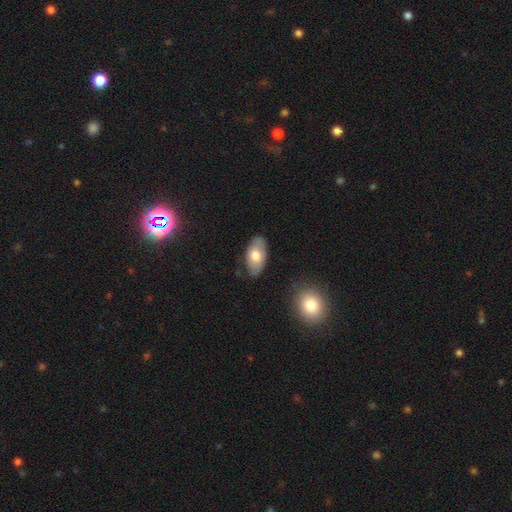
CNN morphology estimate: A smooth galaxy with no disk features (69%) that is in between round and cigar-shaped (94%). Merging: none (78%).